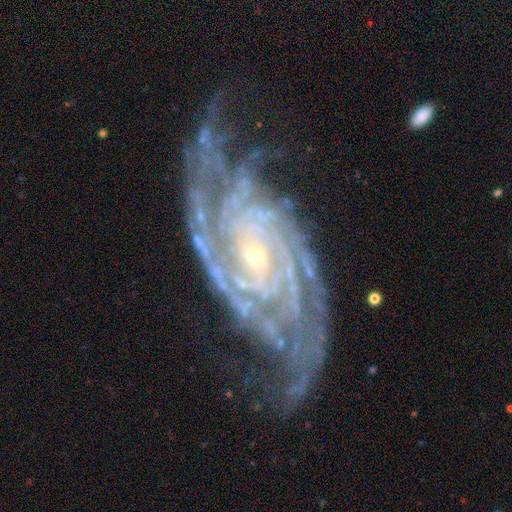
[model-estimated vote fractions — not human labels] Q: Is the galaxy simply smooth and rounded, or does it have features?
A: featured or disk — 92%.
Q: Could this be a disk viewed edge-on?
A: no — 97%.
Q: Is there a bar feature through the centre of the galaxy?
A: no — 57%.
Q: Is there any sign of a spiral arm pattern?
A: yes — 99%.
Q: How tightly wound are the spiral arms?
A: tight — 65%.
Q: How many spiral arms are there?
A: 2 — 31%.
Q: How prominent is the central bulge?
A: small — 81%.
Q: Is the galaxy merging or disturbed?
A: none — 64%.